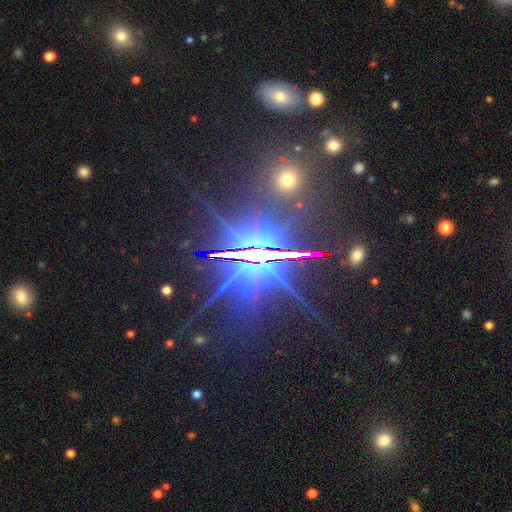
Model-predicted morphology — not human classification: This is likely a star or artifact rather than a galaxy (74%).